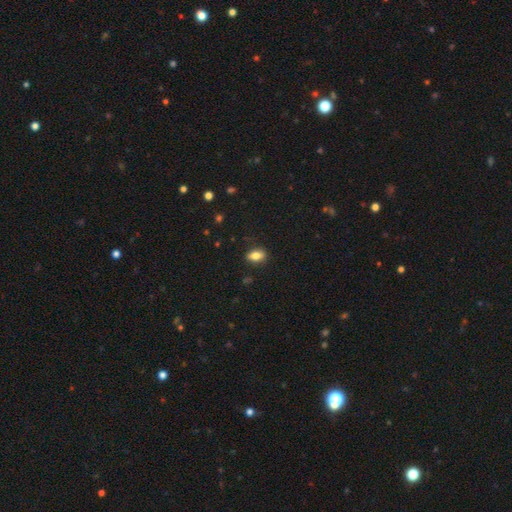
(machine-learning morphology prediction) This is likely a smooth galaxy (79%). How rounded: clearly in between (82%). Merging: clearly none (85%).